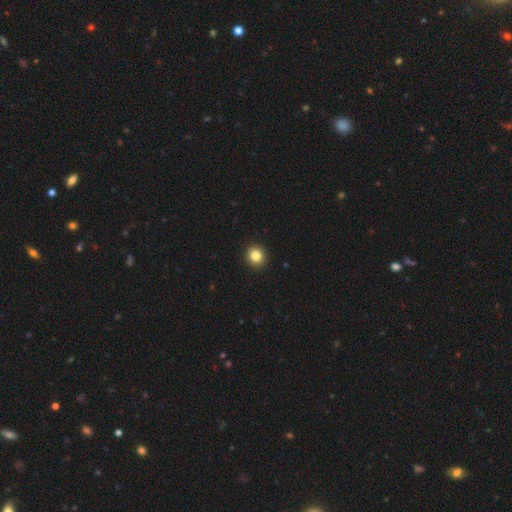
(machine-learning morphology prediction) Smooth or featured? smooth (84%)
How rounded? round (88%)
Merging? none (93%)